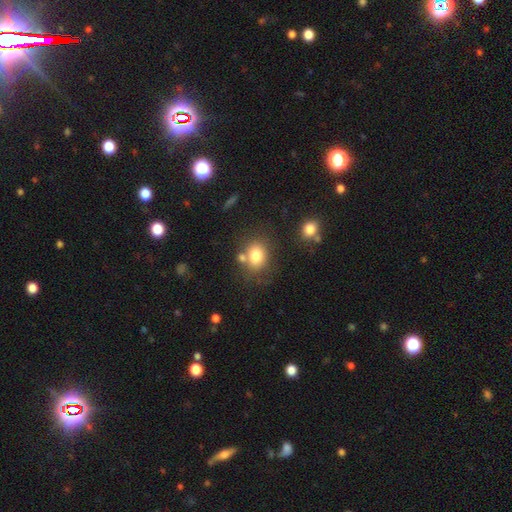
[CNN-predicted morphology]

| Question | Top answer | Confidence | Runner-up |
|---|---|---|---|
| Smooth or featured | smooth | 79% | star or artifact (11%) |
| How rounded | round | 57% | in between (42%) |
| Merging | none | 64% | merger (17%) |